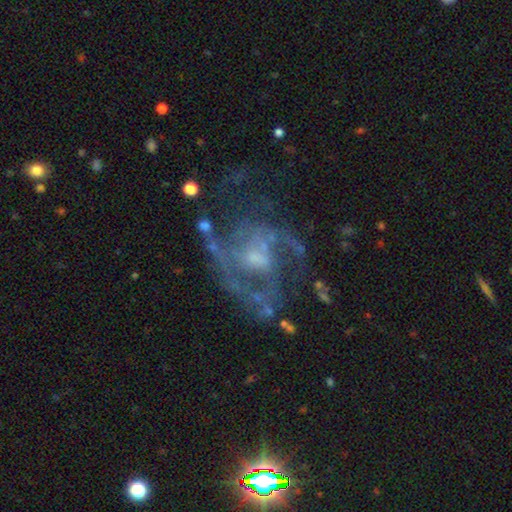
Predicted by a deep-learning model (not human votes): featured or disk 84%, star or artifact 8%, smooth 7%. Down the decision tree: edge-on disk — no (98%); bar — no (52%); spiral arms — yes (87%); spiral arm count — 2 (47%); spiral winding — medium (51%); bulge size — small (44%); merging — none (51%).